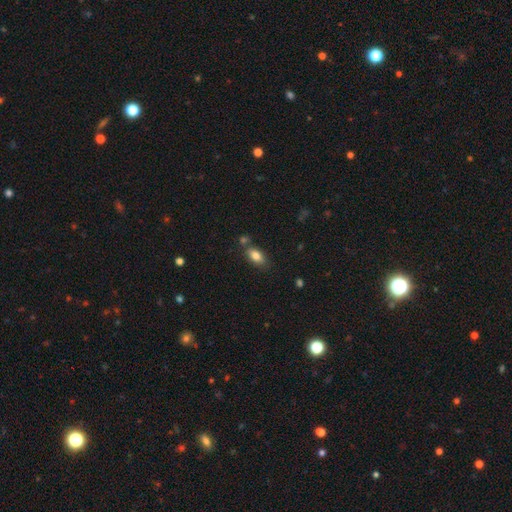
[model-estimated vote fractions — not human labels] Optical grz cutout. It shows a smooth galaxy with no disk features (82%) that is in between round and cigar-shaped (89%). Merging: none (68%).